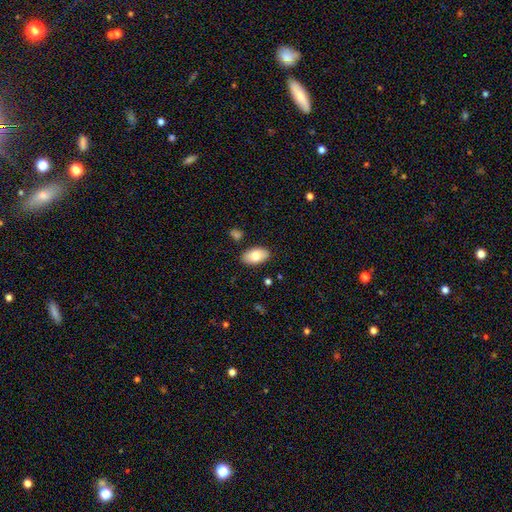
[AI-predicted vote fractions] This appears to be a smooth galaxy with no disk features (79%) that is in between round and cigar-shaped (95%). Merging: none (86%).